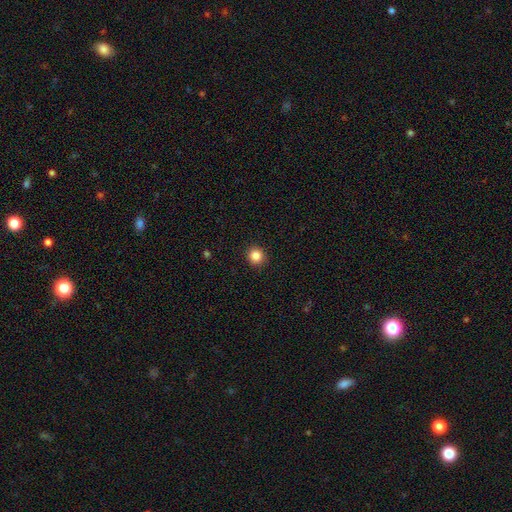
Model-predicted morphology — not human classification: smooth 85%, star or artifact 11%, featured or disk 4%. Down the decision tree: how rounded — round (93%); merging — none (93%).